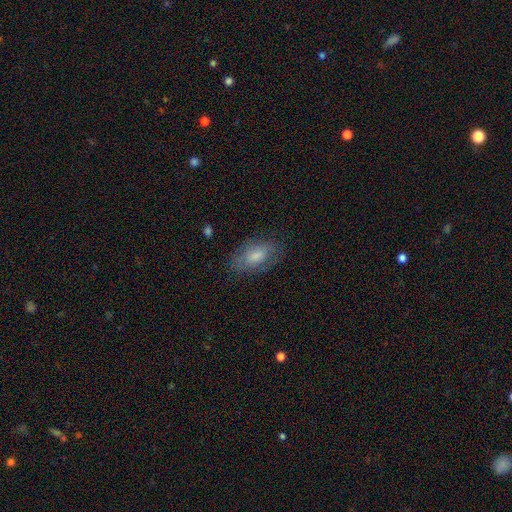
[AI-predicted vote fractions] Smooth or featured?
  - smooth: 69% *
  - featured or disk: 24%
  - star or artifact: 7%
How rounded?
  - in between: 92% *
  - round: 5%
  - cigar-shaped: 3%
Merging?
  - none: 73% *
  - minor disturbance: 19%
  - major disturbance: 7%
  - merger: 1%